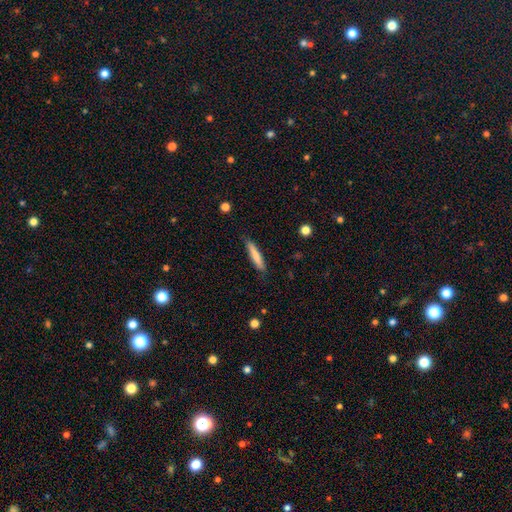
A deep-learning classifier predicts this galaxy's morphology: Smooth or featured? Predicted: smooth (p=0.77). How rounded? Predicted: cigar-shaped (p=0.91). Merging? Predicted: none (p=0.86).